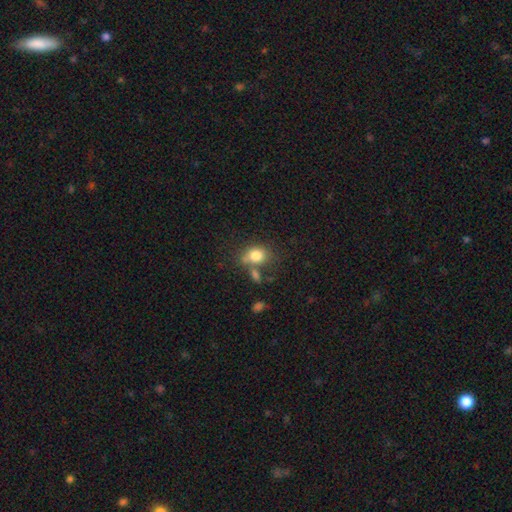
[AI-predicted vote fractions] smooth-or-featured: smooth: 80% | featured or disk: 10% | star or artifact: 10%
  how-rounded: round: 51% | in between: 47% | cigar-shaped: 1%
  merging: none: 50% | merger: 25% | minor disturbance: 18% | major disturbance: 8%